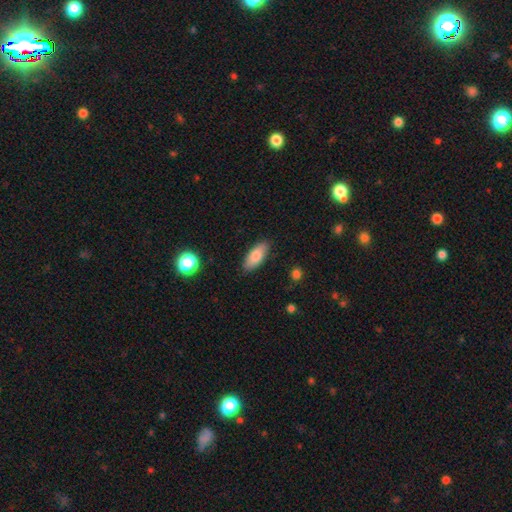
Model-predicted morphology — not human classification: smooth_or_featured: smooth (p=0.83) [alt: featured or disk p=0.11]
how_rounded: in between (p=0.82) [alt: cigar-shaped p=0.15]
merging: none (p=0.86) [alt: minor disturbance p=0.11]